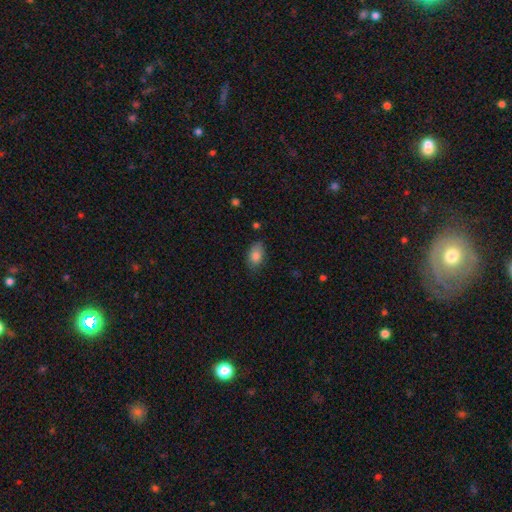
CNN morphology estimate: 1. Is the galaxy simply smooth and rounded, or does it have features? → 84% smooth, 8% featured or disk, 8% star or artifact.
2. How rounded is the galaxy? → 88% in between, 11% round, 2% cigar-shaped.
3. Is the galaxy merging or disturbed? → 71% none, 23% minor disturbance, 4% major disturbance, 2% merger.